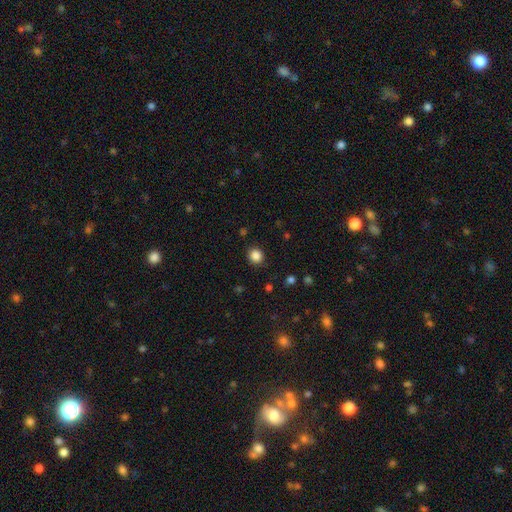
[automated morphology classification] type=smooth (85%); roundness=round (83%); merging=none (90%).